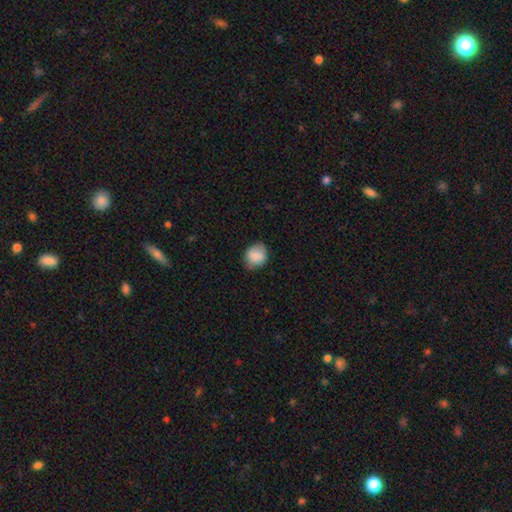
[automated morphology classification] Smooth or featured? Predicted: smooth (p=0.87). How rounded? Predicted: round (p=0.71). Merging? Predicted: none (p=0.76).